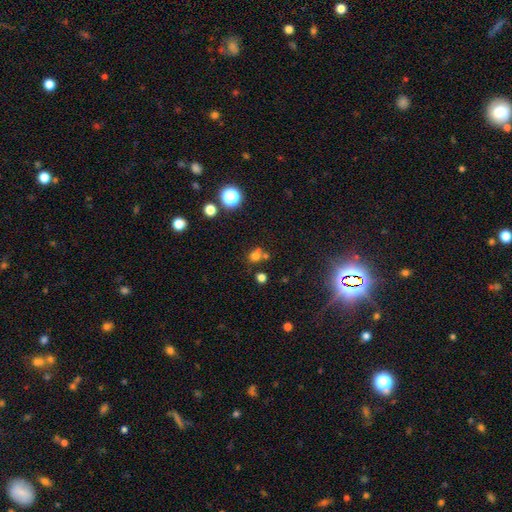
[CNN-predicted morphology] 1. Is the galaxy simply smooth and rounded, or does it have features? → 66% smooth, 23% star or artifact, 11% featured or disk.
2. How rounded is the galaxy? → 78% round, 21% in between, 1% cigar-shaped.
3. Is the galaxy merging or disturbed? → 50% none, 36% merger, 9% minor disturbance, 4% major disturbance.